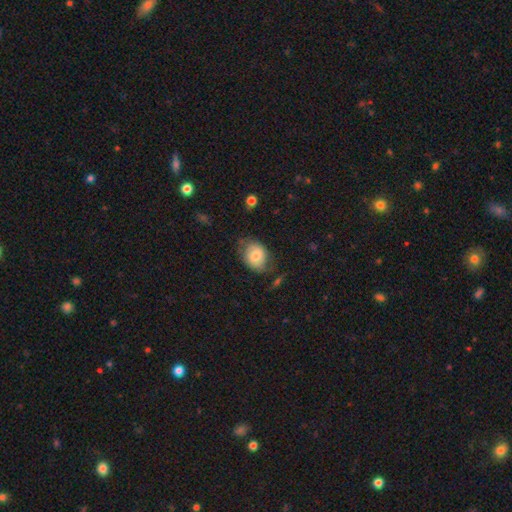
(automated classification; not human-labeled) This is likely a smooth galaxy (68%). How rounded: likely in between (63%). Merging: possibly none (56%).